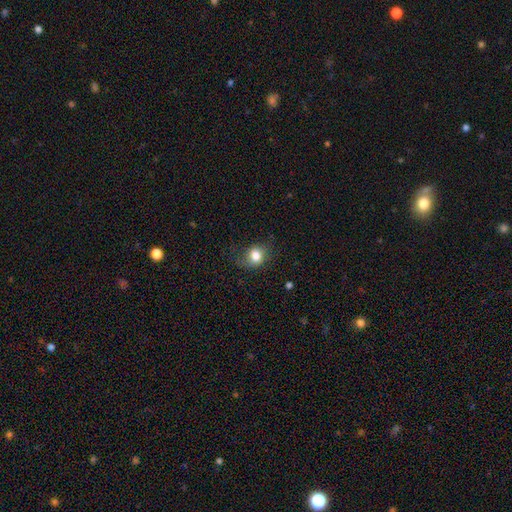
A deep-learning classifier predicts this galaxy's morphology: The model was most divided on "how rounded": round: 66%, in between: 33%, cigar-shaped: 1%. More confident: smooth or featured — smooth (81%); merging — none (66%).